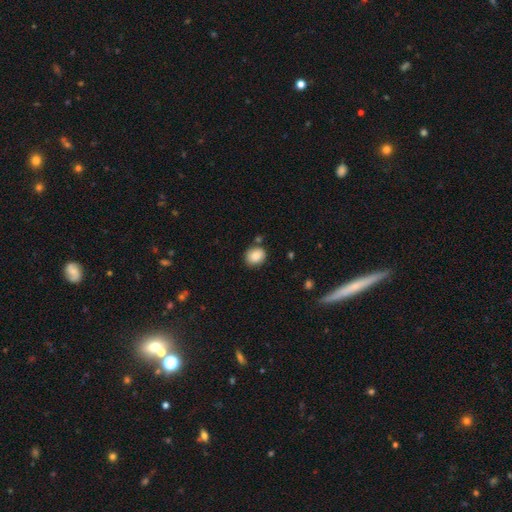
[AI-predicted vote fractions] This is clearly a smooth galaxy (87%). How rounded: likely round (66%). Merging: likely none (78%).